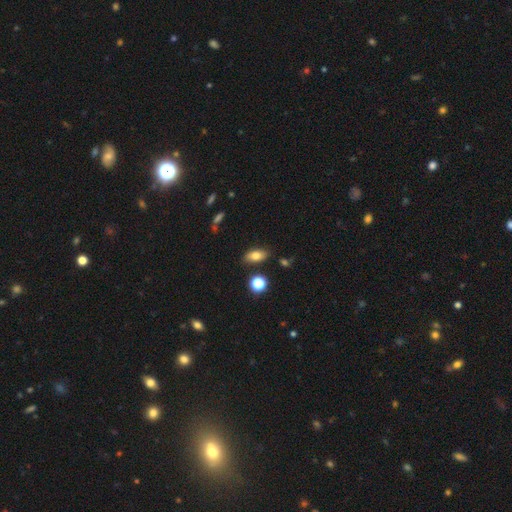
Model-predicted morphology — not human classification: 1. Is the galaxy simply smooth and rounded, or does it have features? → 76% smooth, 14% featured or disk, 11% star or artifact.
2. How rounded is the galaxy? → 85% in between, 8% round, 7% cigar-shaped.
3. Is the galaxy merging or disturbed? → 81% none, 13% minor disturbance, 4% merger, 3% major disturbance.